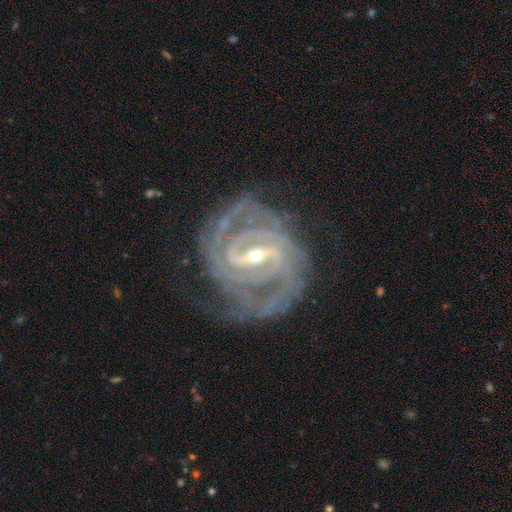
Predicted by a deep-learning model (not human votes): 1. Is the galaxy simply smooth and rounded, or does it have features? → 93% featured or disk, 4% star or artifact, 2% smooth.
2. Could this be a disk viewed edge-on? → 97% no, 3% yes.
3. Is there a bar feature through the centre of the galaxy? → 67% strong, 27% weak, 6% no.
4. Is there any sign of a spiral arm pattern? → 99% yes, 1% no.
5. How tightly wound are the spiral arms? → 74% tight, 23% medium, 3% loose.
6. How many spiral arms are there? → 32% 2, 23% 3, 18% 4, 14% can't tell, 7% more than 4, 7% 1.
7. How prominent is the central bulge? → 54% small, 43% moderate, 2% large, 1% none, 1% dominant.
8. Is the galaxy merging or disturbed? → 74% none, 17% minor disturbance, 8% major disturbance, 1% merger.